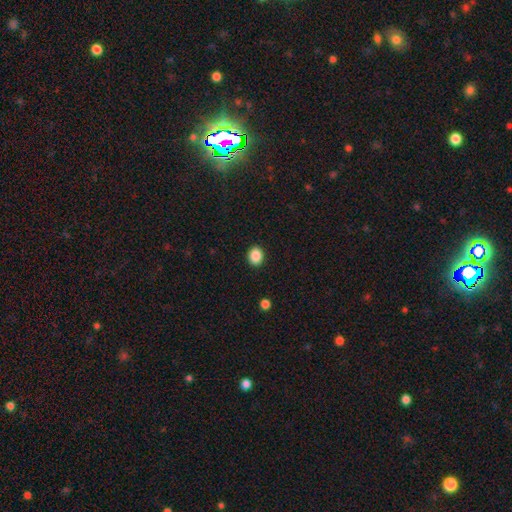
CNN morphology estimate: This is clearly a smooth galaxy (88%). How rounded: likely round (61%). Merging: clearly none (91%).